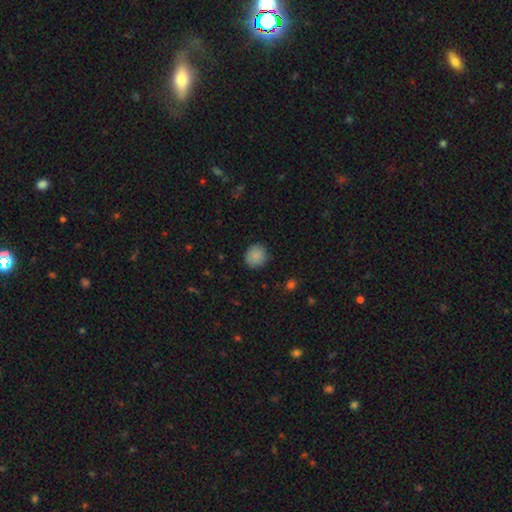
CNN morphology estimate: Q: Smooth or featured?
A: smooth (88%); runner-up: star or artifact (8%)
Q: How rounded?
A: round (90%); runner-up: in between (9%)
Q: Merging?
A: none (88%); runner-up: minor disturbance (9%)